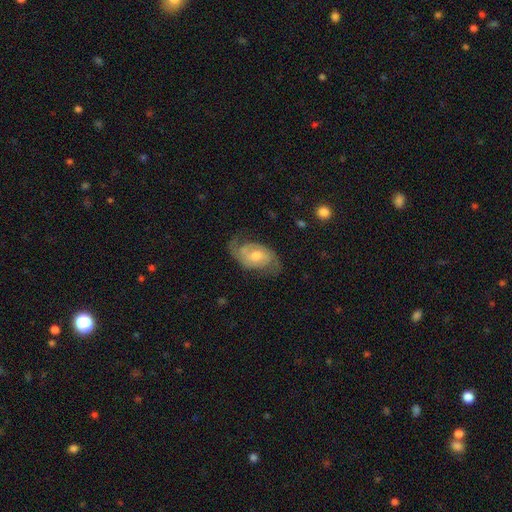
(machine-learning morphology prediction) A featured or disk galaxy (80%) with no bar (61%), 2 (83%) medium (44%) spiral arms (95%) and a moderate central bulge (61%). Merging: none (69%).